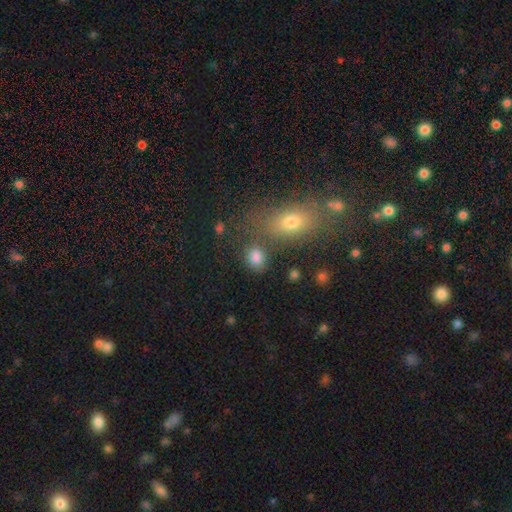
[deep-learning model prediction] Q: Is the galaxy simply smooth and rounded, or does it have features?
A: smooth — 79%.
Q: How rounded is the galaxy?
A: in between — 56%.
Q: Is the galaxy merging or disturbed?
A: none — 66%.